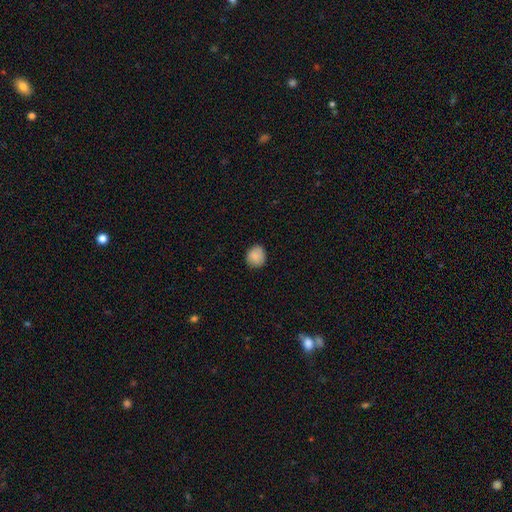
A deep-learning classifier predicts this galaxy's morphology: Q: Smooth or featured?
A: smooth (87%); runner-up: star or artifact (8%)
Q: How rounded?
A: round (79%); runner-up: in between (20%)
Q: Merging?
A: none (83%); runner-up: minor disturbance (14%)